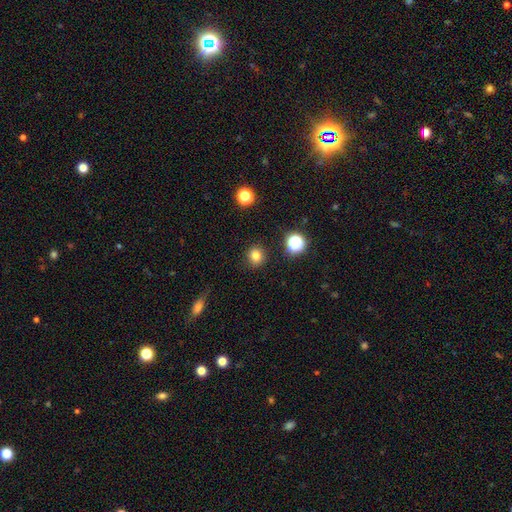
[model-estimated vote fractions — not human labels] Overall: smooth (80%). How rounded: round (89%). Merging: none (90%).